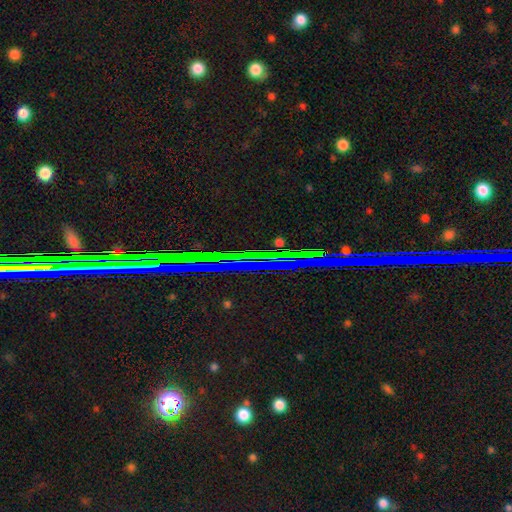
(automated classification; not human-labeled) Q: Smooth or featured?
A: star or artifact (80%); runner-up: featured or disk (11%)